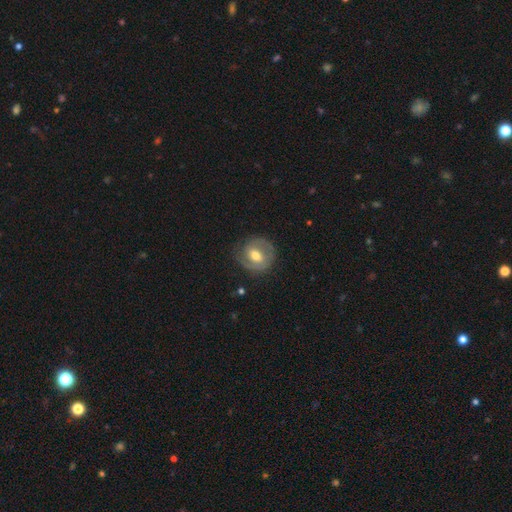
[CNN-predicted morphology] This is likely a featured or disk galaxy (66%). It is clearly not viewed edge-on (97%). Bar: possibly weak (49%). Spiral arm pattern: likely yes (78%). Central bulge: likely moderate (73%). Merging: likely none (75%).